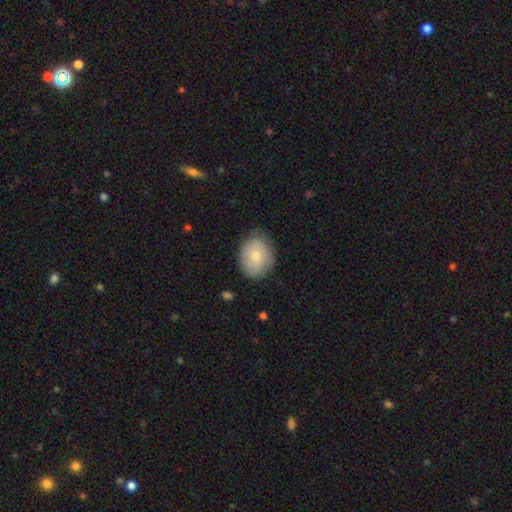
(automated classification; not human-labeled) Q: Smooth or featured?
A: smooth (76%); runner-up: featured or disk (17%)
Q: How rounded?
A: in between (61%); runner-up: round (38%)
Q: Merging?
A: none (73%); runner-up: minor disturbance (22%)